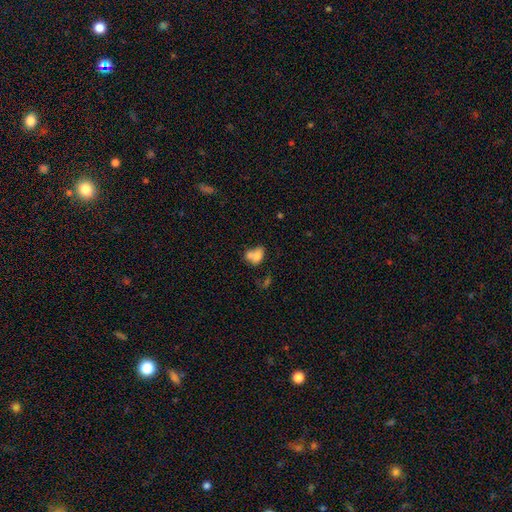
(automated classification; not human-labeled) smooth-or-featured: smooth: 70% | featured or disk: 20% | star or artifact: 10%
  how-rounded: in between: 70% | round: 28% | cigar-shaped: 2%
  merging: merger: 59% | none: 23% | minor disturbance: 11% | major disturbance: 7%